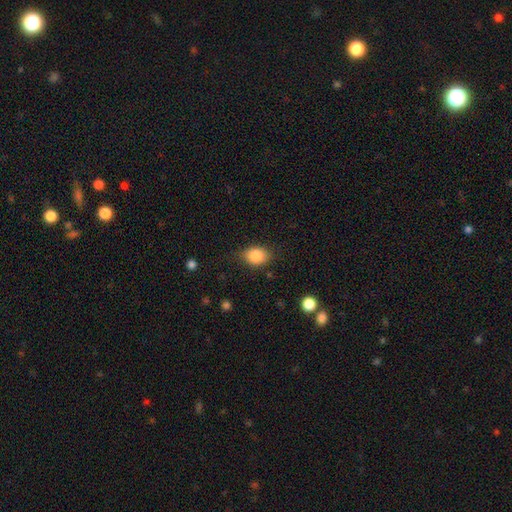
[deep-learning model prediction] The model was most divided on "how rounded": in between: 61%, round: 37%, cigar-shaped: 1%. More confident: smooth or featured — smooth (85%); merging — none (76%).